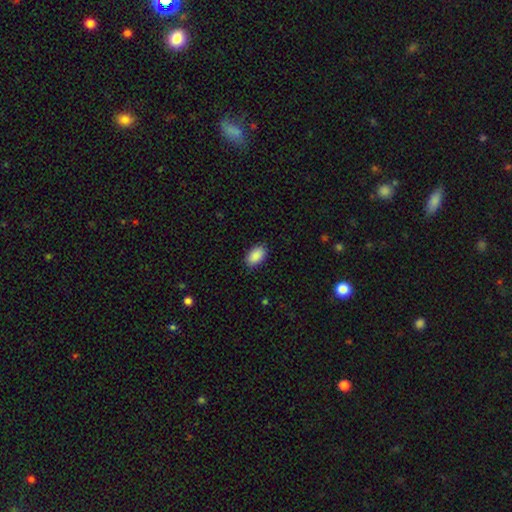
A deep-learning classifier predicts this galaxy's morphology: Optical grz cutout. It shows a smooth galaxy with no disk features (90%) that is in between round and cigar-shaped (93%). Merging: none (87%).